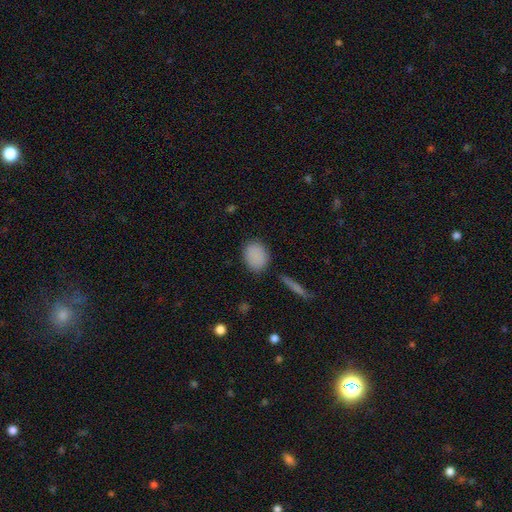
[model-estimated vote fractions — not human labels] smooth_or_featured: smooth (p=0.87) [alt: star or artifact p=0.08]
how_rounded: in between (p=0.66) [alt: round p=0.32]
merging: none (p=0.84) [alt: minor disturbance p=0.11]